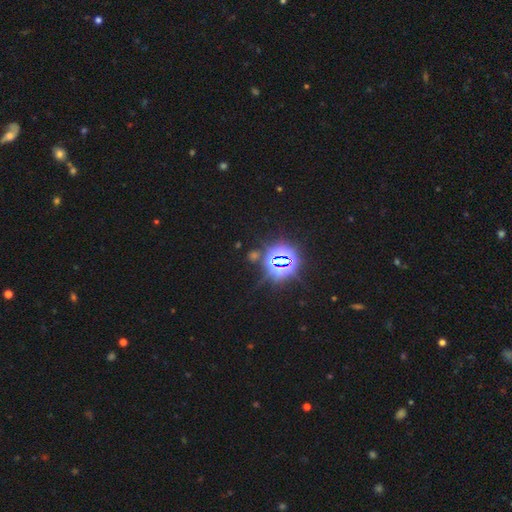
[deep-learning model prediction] A star or artifact, not a galaxy (80%).

Vote fractions:
- Smooth or featured? star or artifact: 80% / smooth: 12% / featured or disk: 8%